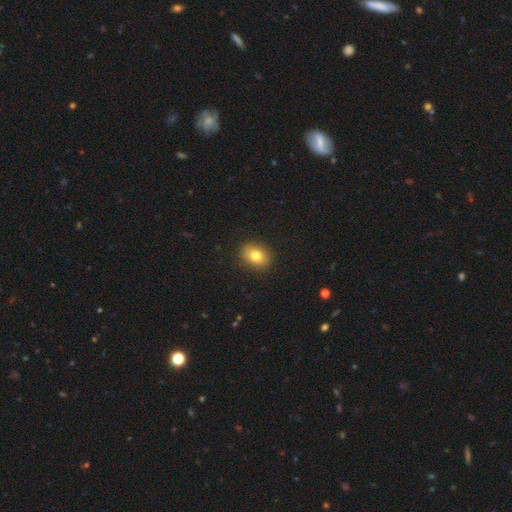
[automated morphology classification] smooth 79%, featured or disk 11%, star or artifact 10%. Down the decision tree: how rounded — in between (63%); merging — none (89%).